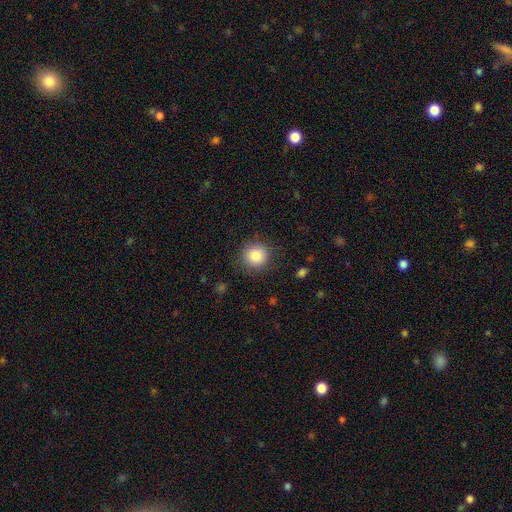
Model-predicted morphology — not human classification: smooth 84%, star or artifact 10%, featured or disk 6%. Down the decision tree: how rounded — round (93%); merging — none (86%).